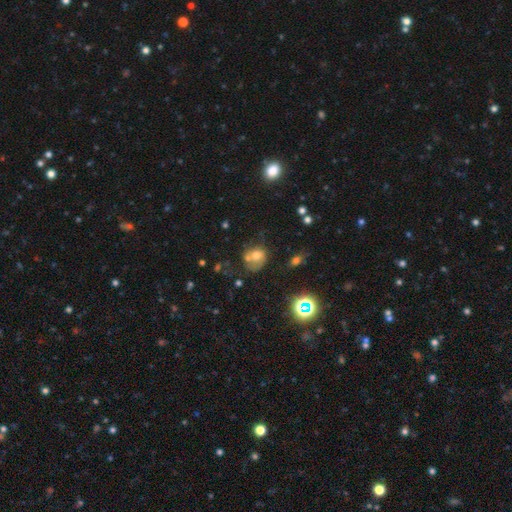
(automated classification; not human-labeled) A smooth galaxy with no disk features (54%) that is round (59%). Merging: none (35%).